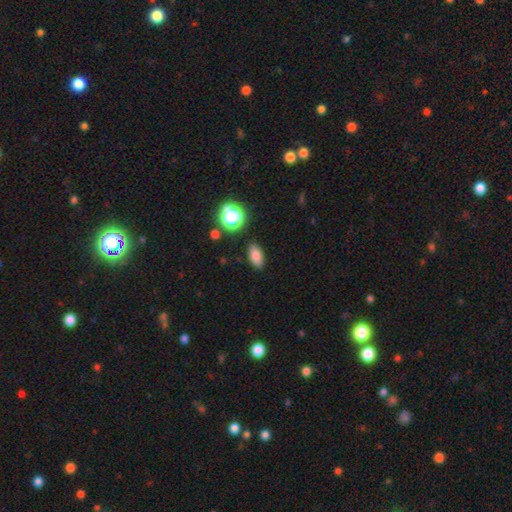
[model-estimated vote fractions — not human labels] smooth 79%, star or artifact 13%, featured or disk 8%. Down the decision tree: how rounded — in between (85%); merging — none (87%).